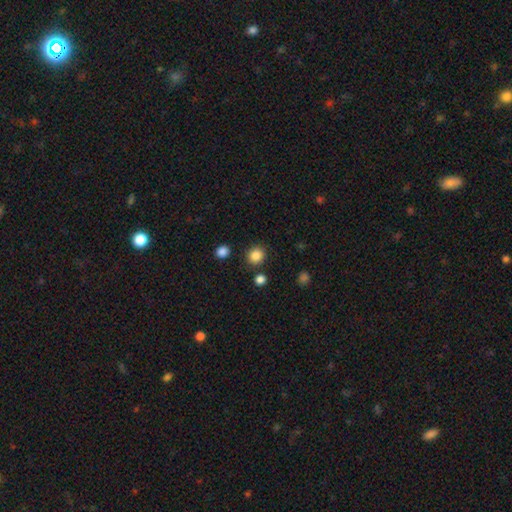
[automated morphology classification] Smooth or featured? Predicted: smooth (p=0.85). How rounded? Predicted: round (p=0.89). Merging? Predicted: none (p=0.86).